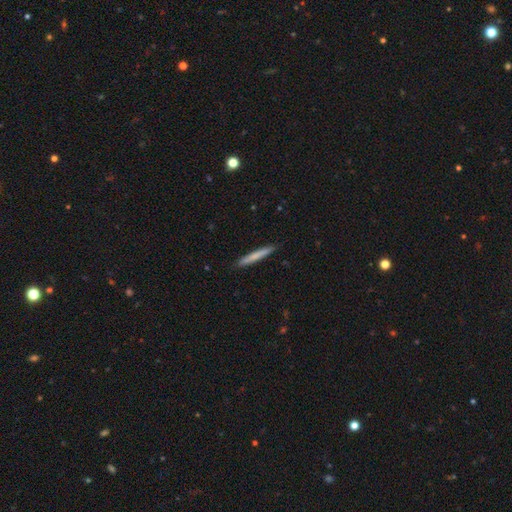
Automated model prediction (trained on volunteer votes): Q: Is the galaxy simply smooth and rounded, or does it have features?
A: smooth — 71%.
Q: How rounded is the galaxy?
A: cigar-shaped — 96%.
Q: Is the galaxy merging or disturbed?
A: none — 90%.